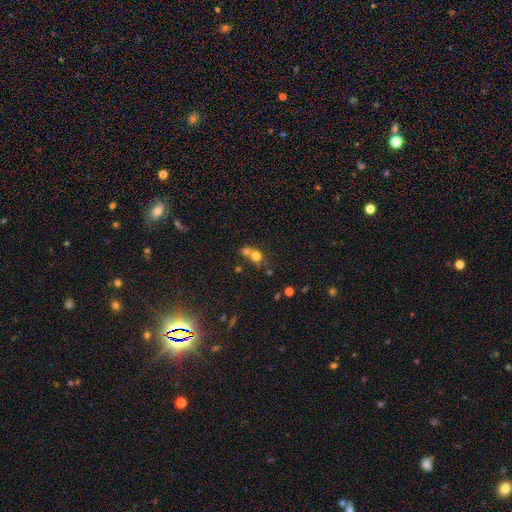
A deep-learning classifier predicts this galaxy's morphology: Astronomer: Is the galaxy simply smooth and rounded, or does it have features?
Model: smooth — 72%.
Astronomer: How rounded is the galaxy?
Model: round — 69%.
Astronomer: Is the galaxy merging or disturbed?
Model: merger — 59%.